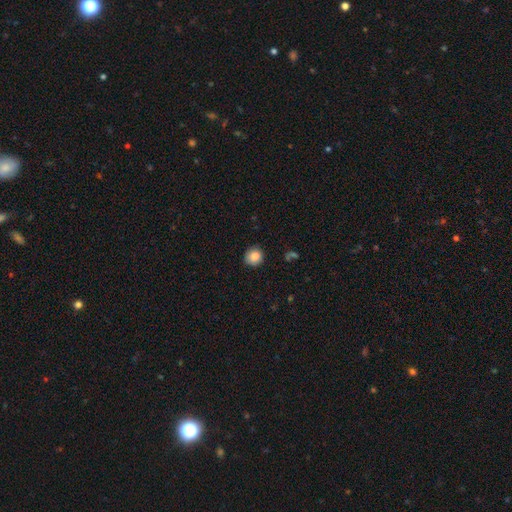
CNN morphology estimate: smooth-or-featured: smooth: 84% | star or artifact: 9% | featured or disk: 7%
  how-rounded: round: 88% | in between: 11% | cigar-shaped: 1%
  merging: none: 88% | minor disturbance: 9% | major disturbance: 2% | merger: 1%